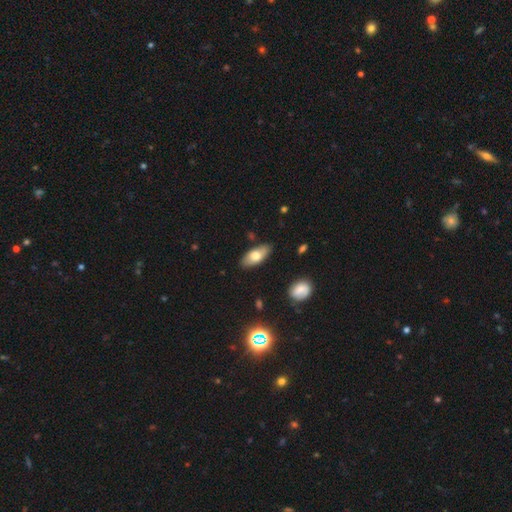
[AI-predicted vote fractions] smooth_or_featured: smooth (p=0.71) [alt: featured or disk p=0.23]
how_rounded: in between (p=0.86) [alt: cigar-shaped p=0.11]
merging: none (p=0.84) [alt: minor disturbance p=0.12]